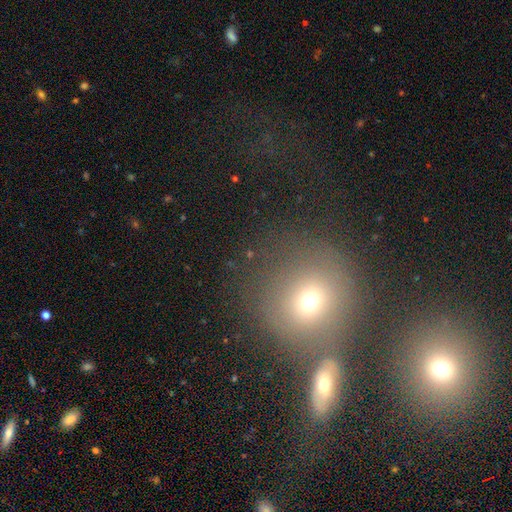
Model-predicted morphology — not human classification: Smooth or featured? smooth (60%)
How rounded? round (83%)
Merging? none (49%)